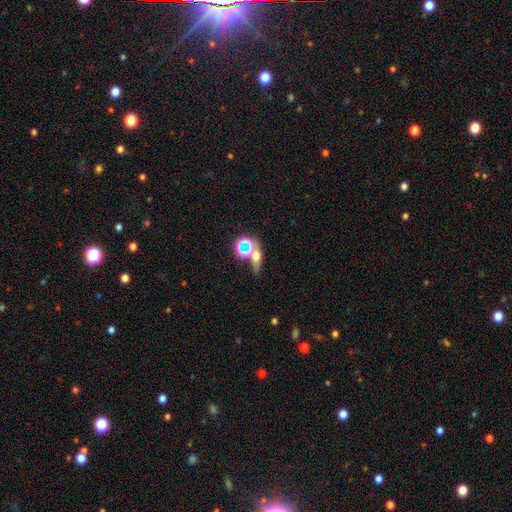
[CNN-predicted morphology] This appears to be a smooth galaxy with no disk features (42%). Merging: none (54%).